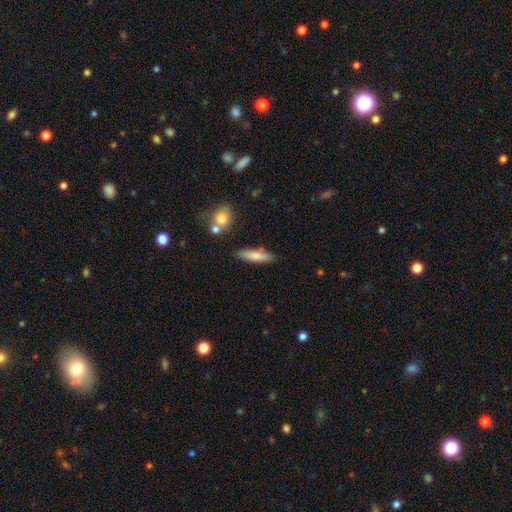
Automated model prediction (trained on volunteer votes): smooth-or-featured: smooth: 77% | featured or disk: 16% | star or artifact: 6%
  how-rounded: cigar-shaped: 72% | in between: 26% | round: 2%
  merging: none: 80% | minor disturbance: 12% | merger: 5% | major disturbance: 3%